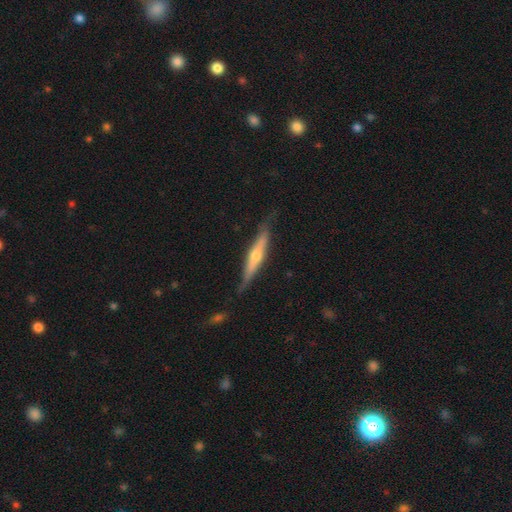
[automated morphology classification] featured or disk 63%, smooth 31%, star or artifact 6%. Down the decision tree: edge-on disk — yes (93%); edge-on bulge — rounded (81%); merging — none (77%).